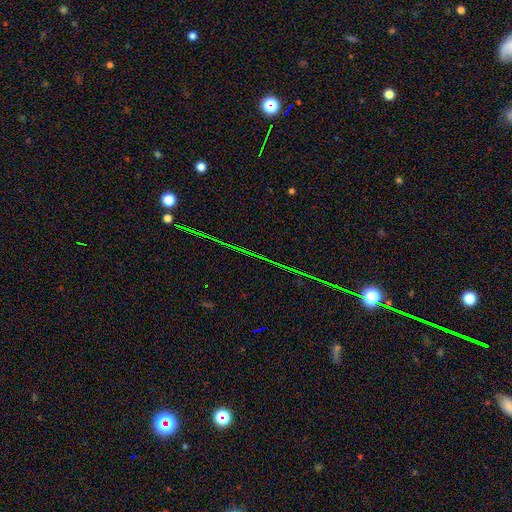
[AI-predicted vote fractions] Smooth or featured? star or artifact (78%)